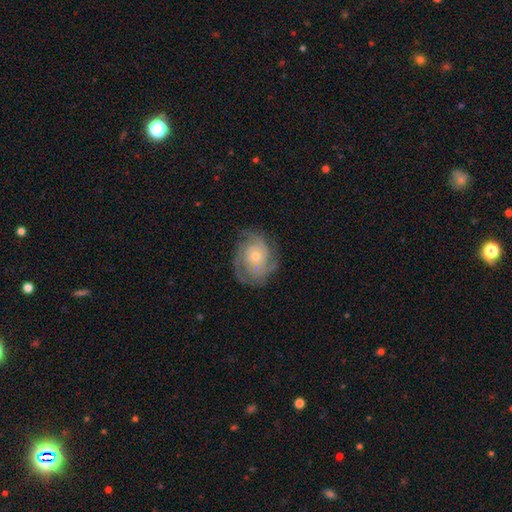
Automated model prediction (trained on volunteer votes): Smooth or featured? featured or disk (81%)
Edge-on disk? no (97%)
Bar? no (80%)
Spiral arms? yes (94%)
Spiral winding? tight (59%)
Spiral arm count? 3 (31%)
Bulge size? small (59%)
Merging? none (73%)